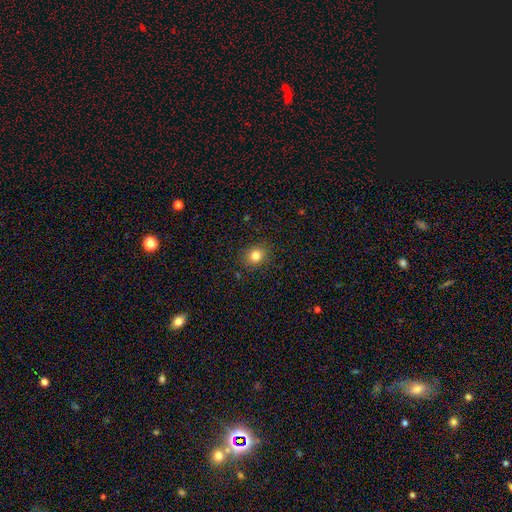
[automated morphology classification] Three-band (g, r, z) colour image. It shows a smooth galaxy with no disk features (81%) that is round (74%). Merging: none (88%).